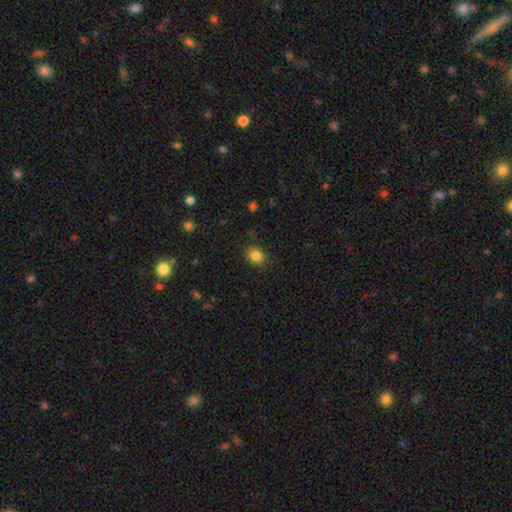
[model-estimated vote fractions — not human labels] A smooth galaxy with no disk features (84%) that is round (55%).

Vote fractions:
- Smooth or featured? smooth: 84% / star or artifact: 11% / featured or disk: 5%
- How rounded? round: 55% / in between: 44% / cigar-shaped: 1%
- Merging? none: 85% / minor disturbance: 11% / major disturbance: 3% / merger: 1%